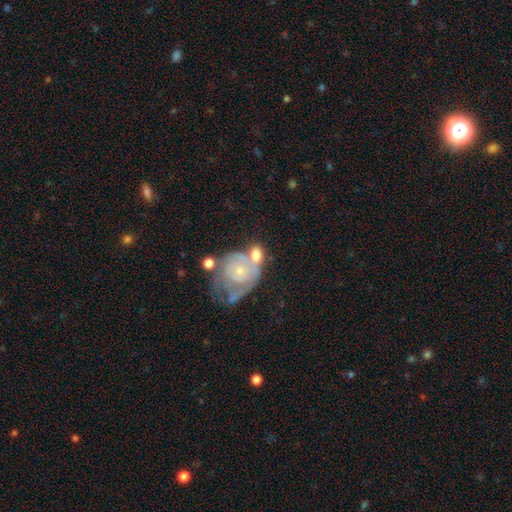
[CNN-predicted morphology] A featured or disk galaxy (49%). Merging: merger (40%).